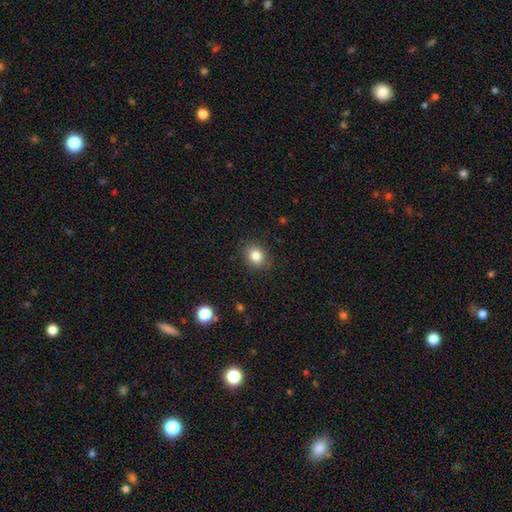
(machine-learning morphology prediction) Smooth or featured: smooth — 82% (star or artifact — 11%)
How rounded: round — 62% (in between — 37%)
Merging: none — 88% (minor disturbance — 9%)